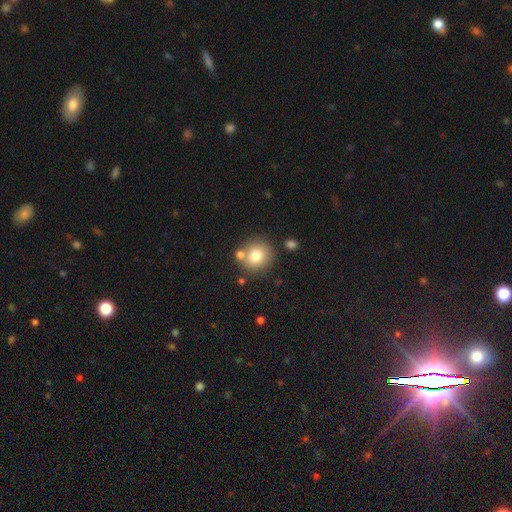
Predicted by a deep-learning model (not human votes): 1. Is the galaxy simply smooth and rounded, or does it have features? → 77% smooth, 12% featured or disk, 11% star or artifact.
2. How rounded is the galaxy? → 89% round, 10% in between, 1% cigar-shaped.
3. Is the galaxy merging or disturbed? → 74% none, 14% merger, 10% minor disturbance, 3% major disturbance.